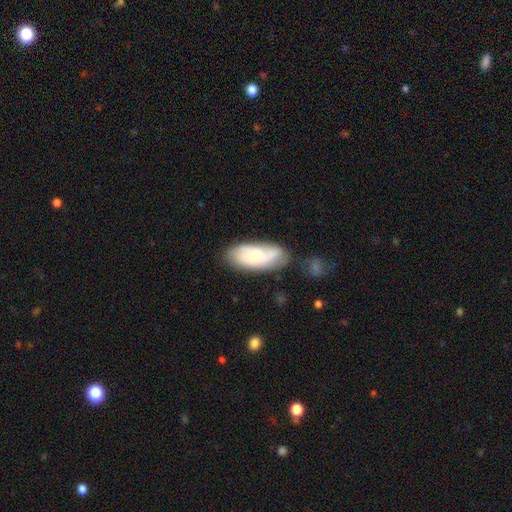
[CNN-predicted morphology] The model was most divided on "smooth or featured": smooth: 59%, featured or disk: 34%, star or artifact: 7%. More confident: how rounded — in between (85%); merging — none (62%).